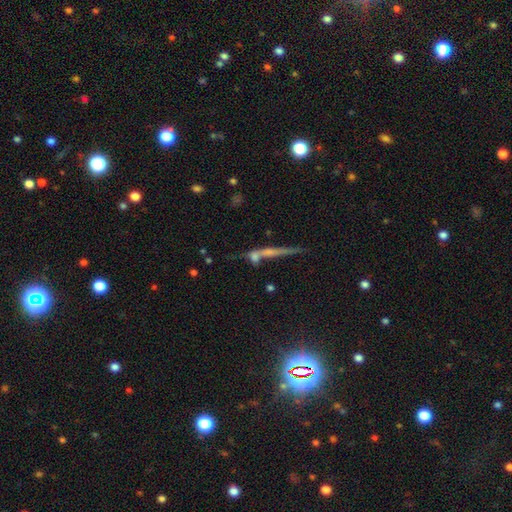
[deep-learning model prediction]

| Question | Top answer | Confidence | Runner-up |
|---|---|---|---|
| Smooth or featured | featured or disk | 50% | smooth (35%) |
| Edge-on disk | yes | 78% | no (22%) |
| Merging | none | 45% | merger (32%) |